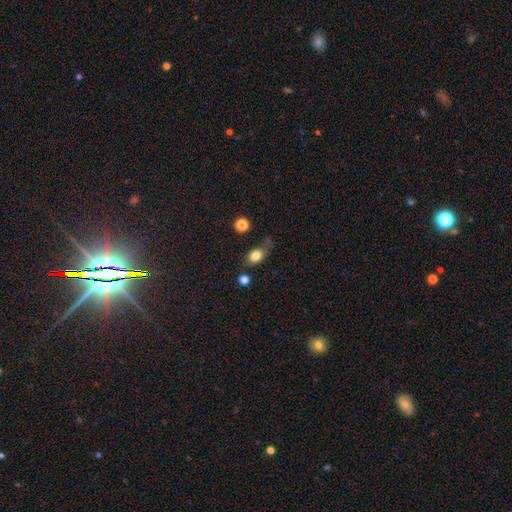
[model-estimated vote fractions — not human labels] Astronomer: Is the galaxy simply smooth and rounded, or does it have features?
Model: smooth — 81%.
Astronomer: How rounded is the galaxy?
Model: in between — 66%.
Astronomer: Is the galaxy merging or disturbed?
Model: none — 53% (runner-up: minor disturbance, 28%).